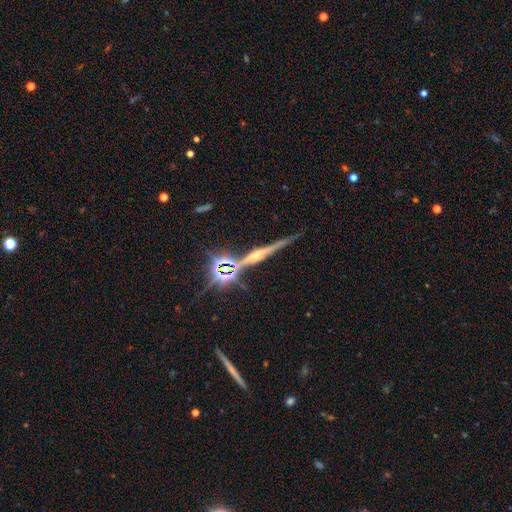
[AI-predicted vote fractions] Morphology: type=featured or disk (70%); edge-on=yes (96%); edge-on bulge=rounded (83%); merging=none (79%).